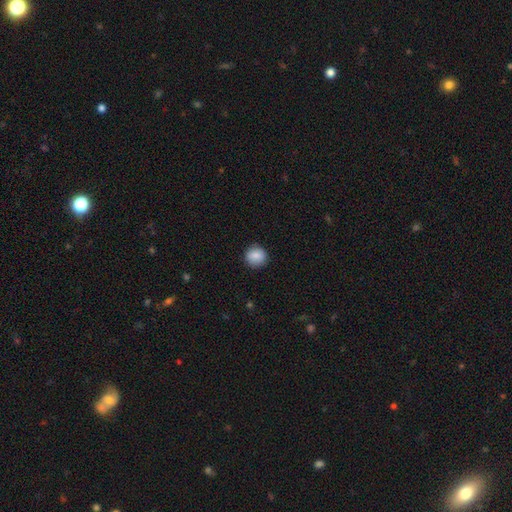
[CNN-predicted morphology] Overall: smooth (87%). How rounded: round (87%). Merging: none (88%).